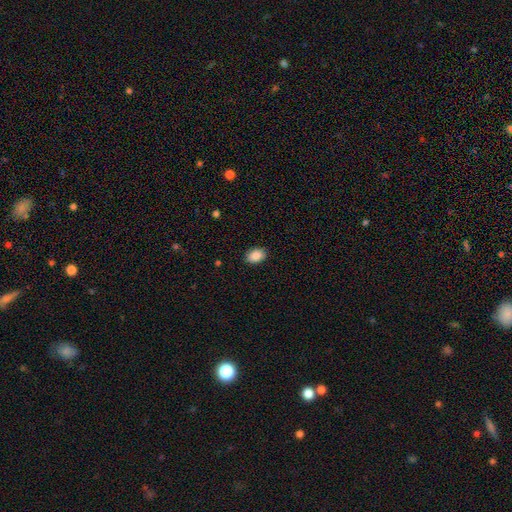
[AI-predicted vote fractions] Smooth or featured? Predicted: smooth (p=0.88). How rounded? Predicted: in between (p=0.81). Merging? Predicted: none (p=0.89).